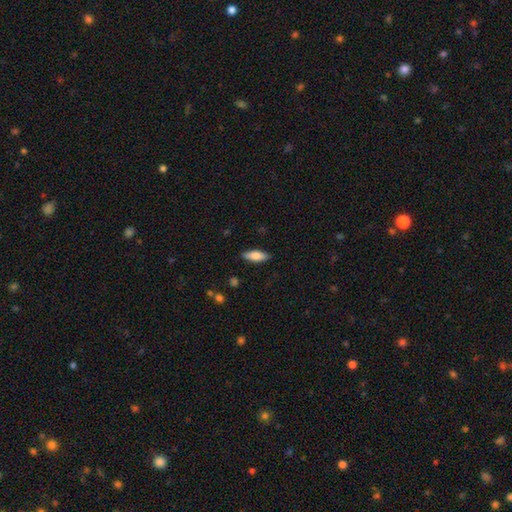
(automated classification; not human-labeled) smooth 72%, featured or disk 22%, star or artifact 6%. Down the decision tree: how rounded — in between (59%); merging — none (88%).